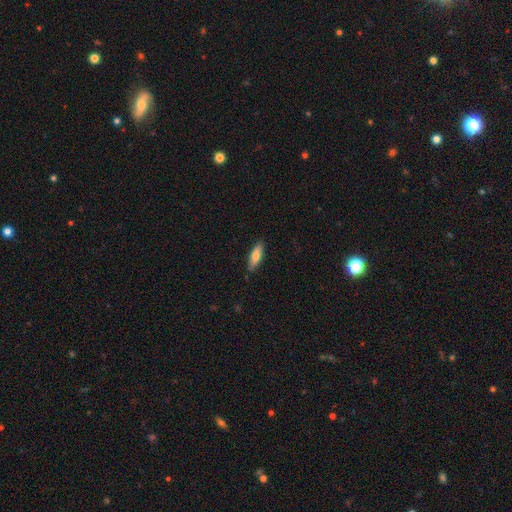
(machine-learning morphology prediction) This appears to be a smooth galaxy with no disk features (72%) that is in between round and cigar-shaped (51%). Merging: none (86%).